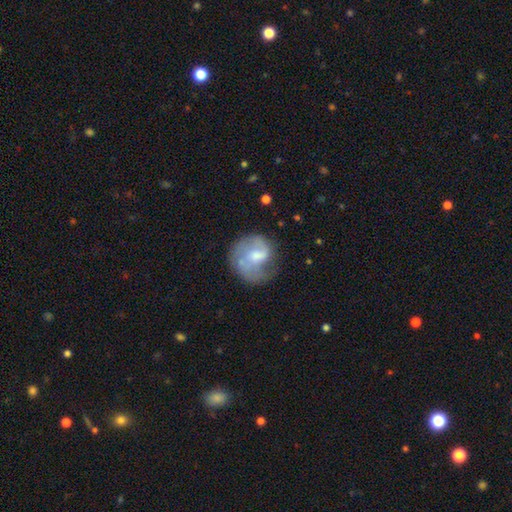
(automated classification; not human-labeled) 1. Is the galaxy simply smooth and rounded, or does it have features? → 55% featured or disk, 38% smooth, 7% star or artifact.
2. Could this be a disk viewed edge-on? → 98% no, 2% yes.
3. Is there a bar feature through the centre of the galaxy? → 53% no, 40% weak, 8% strong.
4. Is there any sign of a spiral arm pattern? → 72% yes, 28% no.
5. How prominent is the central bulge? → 45% moderate, 32% small, 13% none, 8% large, 2% dominant.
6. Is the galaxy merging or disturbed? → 47% none, 25% minor disturbance, 24% major disturbance, 4% merger.